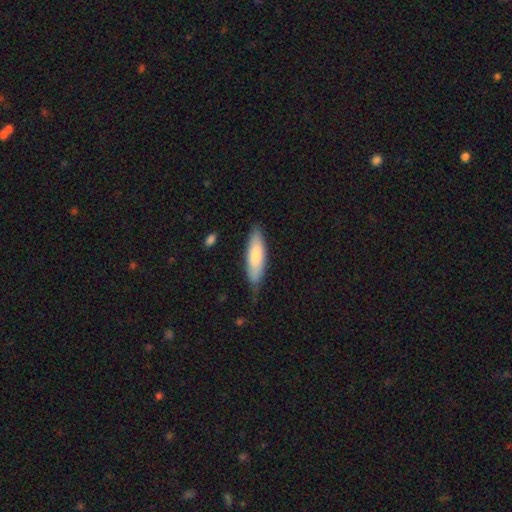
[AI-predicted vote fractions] This is likely a smooth galaxy (78%). How rounded: possibly cigar-shaped (56%). Merging: likely none (75%).